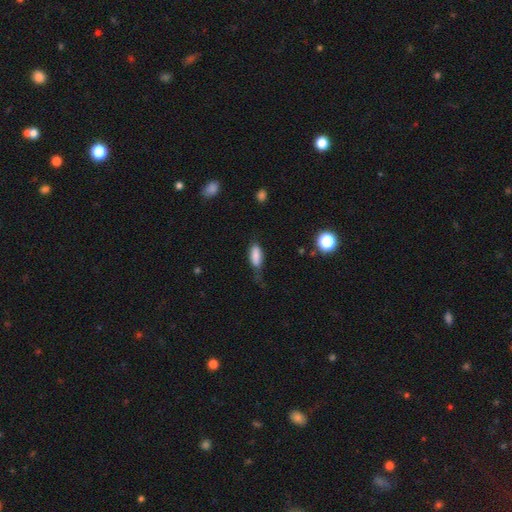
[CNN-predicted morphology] Smooth or featured: smooth — 82% (featured or disk — 10%)
How rounded: in between — 75% (cigar-shaped — 22%)
Merging: none — 38% (tied with minor disturbance — 38%)